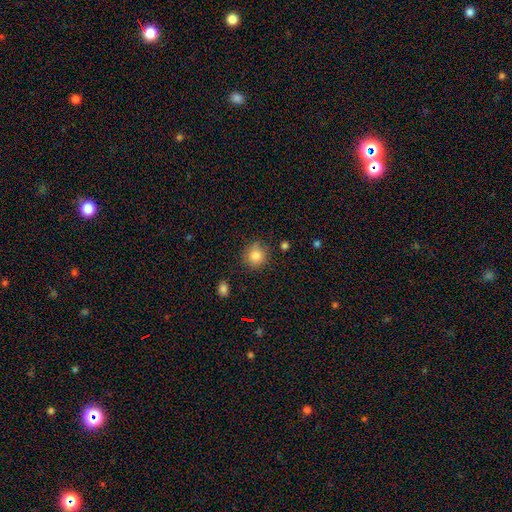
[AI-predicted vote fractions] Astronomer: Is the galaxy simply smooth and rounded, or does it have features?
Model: smooth — 83%.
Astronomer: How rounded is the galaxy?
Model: round — 88%.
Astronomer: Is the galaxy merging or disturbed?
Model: none — 81%.